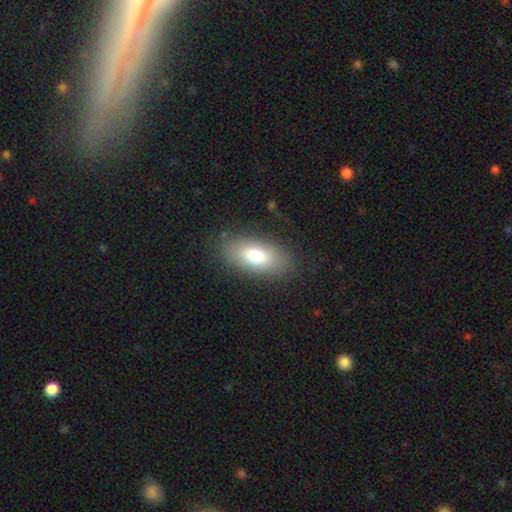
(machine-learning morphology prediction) Smooth or featured? smooth (79%)
How rounded? in between (88%)
Merging? none (83%)